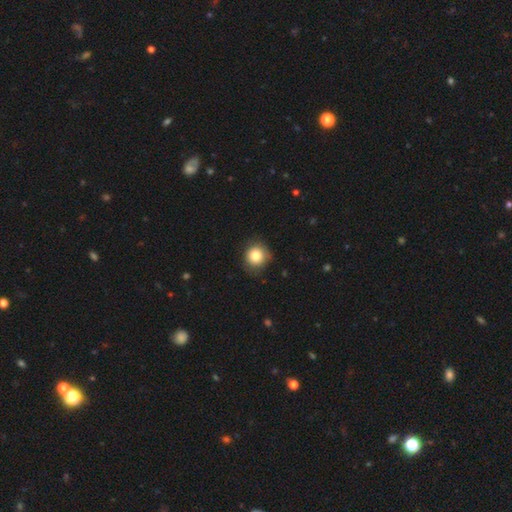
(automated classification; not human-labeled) Q: Smooth or featured?
A: smooth (83%); runner-up: star or artifact (10%)
Q: How rounded?
A: round (89%); runner-up: in between (10%)
Q: Merging?
A: none (80%); runner-up: minor disturbance (16%)